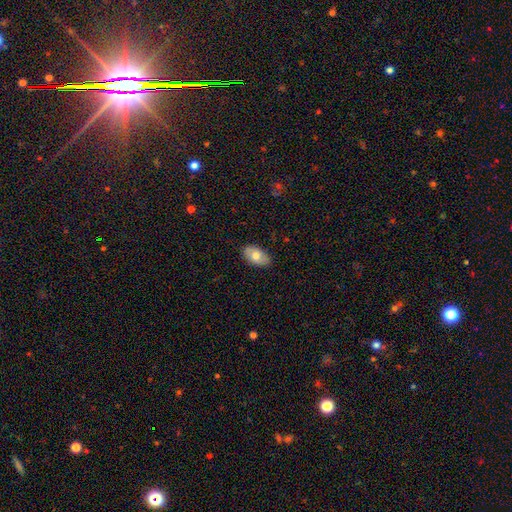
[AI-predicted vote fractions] smooth 73%, featured or disk 21%, star or artifact 6%. Down the decision tree: how rounded — in between (93%); merging — none (85%).